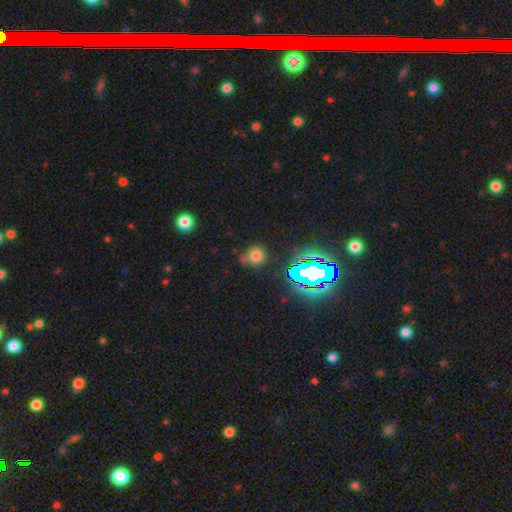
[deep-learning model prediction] smooth 67%, star or artifact 25%, featured or disk 8%. Down the decision tree: how rounded — round (85%); merging — none (69%).